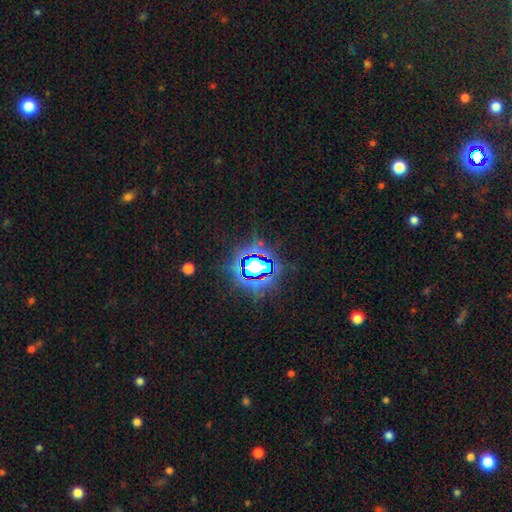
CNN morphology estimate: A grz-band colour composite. It shows a star or artifact, not a galaxy (82%).